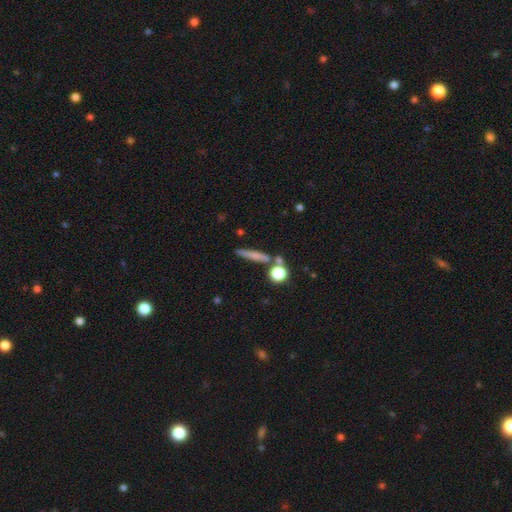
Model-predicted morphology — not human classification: Smooth or featured? Predicted: smooth (p=0.61). How rounded? Predicted: cigar-shaped (p=0.79). Merging? Predicted: none (p=0.77).